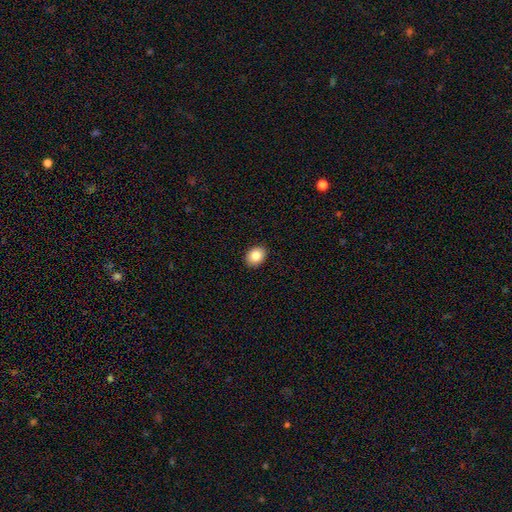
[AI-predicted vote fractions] This appears to be a smooth galaxy with no disk features (85%) that is in between round and cigar-shaped (55%). Merging: none (91%).